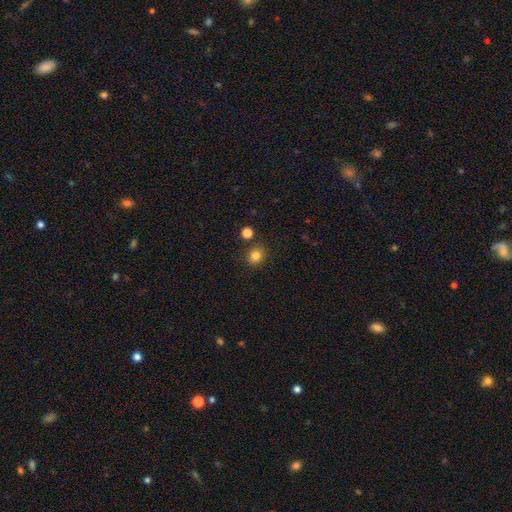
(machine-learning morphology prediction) Smooth or featured? Predicted: smooth (p=0.82). How rounded? Predicted: round (p=0.77). Merging? Predicted: none (p=0.82).